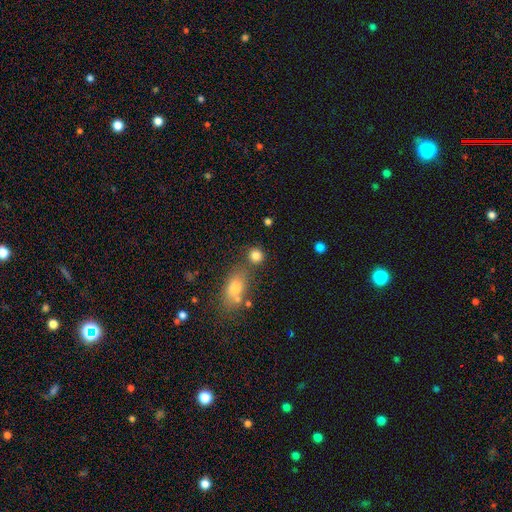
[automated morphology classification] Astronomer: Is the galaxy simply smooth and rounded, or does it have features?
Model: smooth — 83%.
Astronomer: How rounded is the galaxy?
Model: round — 84%.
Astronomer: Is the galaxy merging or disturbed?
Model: none — 70%.